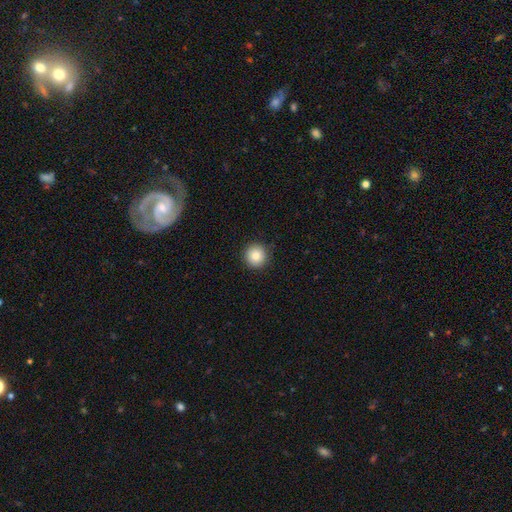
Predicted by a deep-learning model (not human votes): Morphology: type=smooth (84%); roundness=round (95%); merging=none (91%).